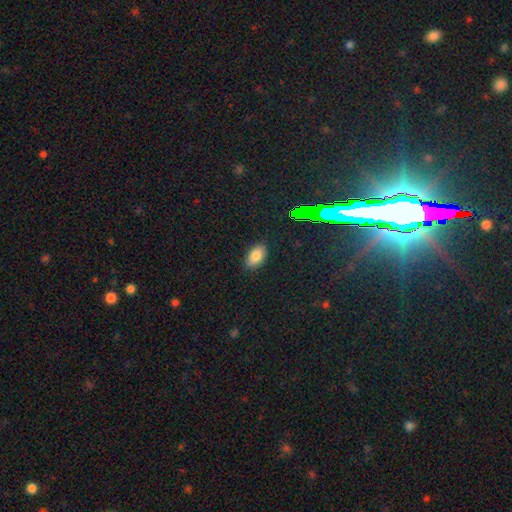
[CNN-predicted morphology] Smooth or featured: smooth — 80% (star or artifact — 12%)
How rounded: in between — 91% (round — 6%)
Merging: none — 86% (minor disturbance — 11%)